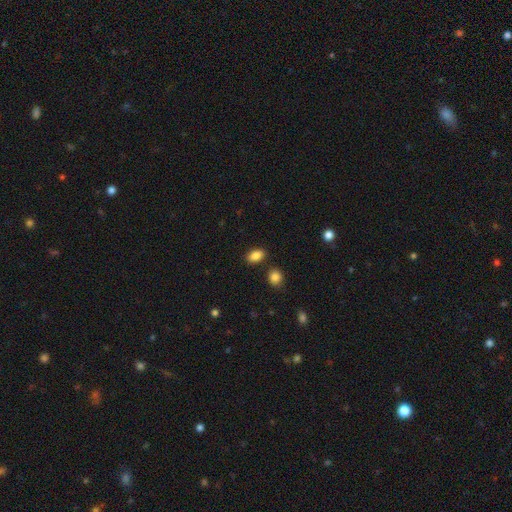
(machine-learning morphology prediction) The model was most divided on "merging": none: 84%, minor disturbance: 9%, merger: 5%, major disturbance: 2%. More confident: how rounded — in between (87%); smooth or featured — smooth (86%).